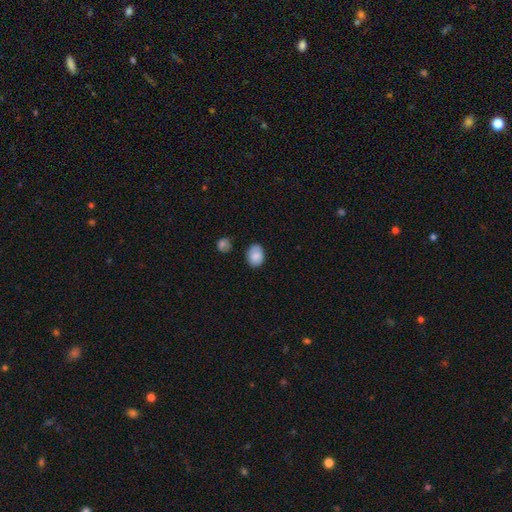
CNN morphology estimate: A smooth galaxy with no disk features (86%) that is in between round and cigar-shaped (67%).

Vote fractions:
- Smooth or featured? smooth: 86% / star or artifact: 8% / featured or disk: 6%
- How rounded? in between: 67% / round: 32% / cigar-shaped: 1%
- Merging? none: 75% / minor disturbance: 19% / major disturbance: 3% / merger: 2%